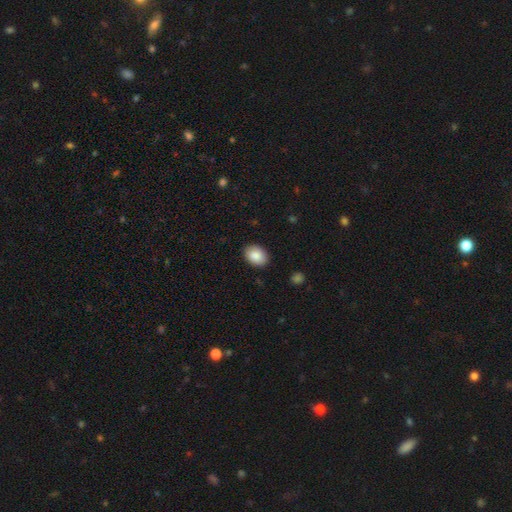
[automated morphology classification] type=smooth (88%); roundness=in between (74%); merging=none (87%).